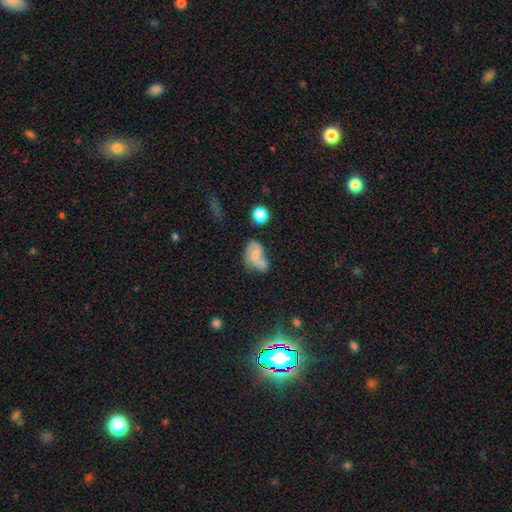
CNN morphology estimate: Smooth or featured? Predicted: smooth (p=0.53). How rounded? Predicted: in between (p=0.80). Merging? Predicted: merger (p=0.36).